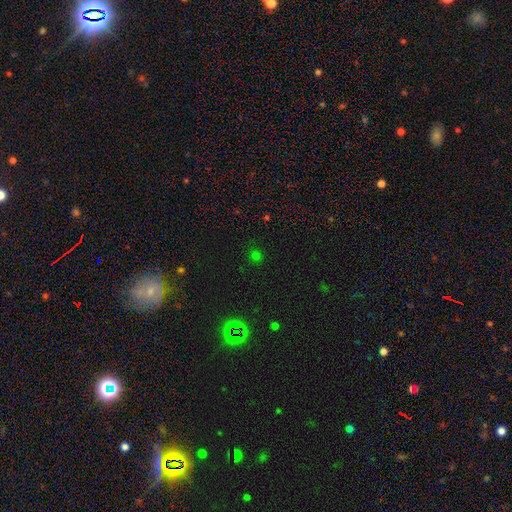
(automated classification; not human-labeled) Smooth or featured? smooth (60%)
How rounded? round (86%)
Merging? none (86%)